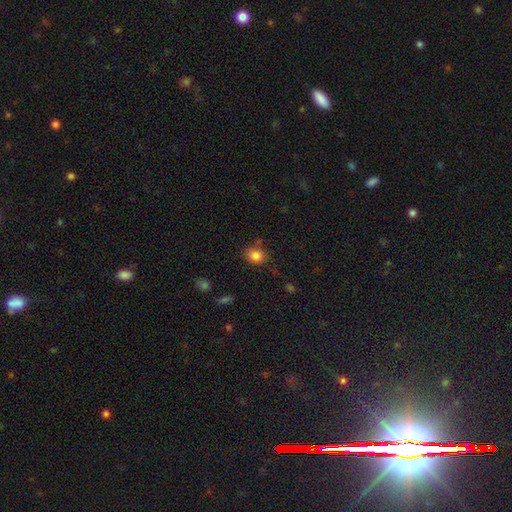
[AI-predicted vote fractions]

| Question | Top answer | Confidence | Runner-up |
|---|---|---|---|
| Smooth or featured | smooth | 85% | star or artifact (10%) |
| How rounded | in between | 50% | round (49%) |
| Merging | none | 75% | minor disturbance (15%) |